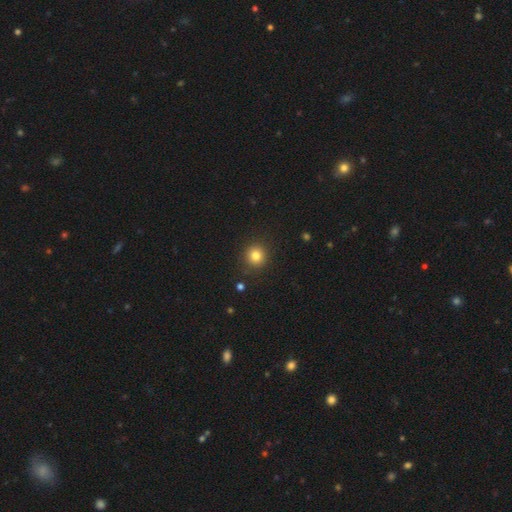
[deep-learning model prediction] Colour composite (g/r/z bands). It shows a smooth galaxy with no disk features (82%) that is round (92%). Merging: none (90%).